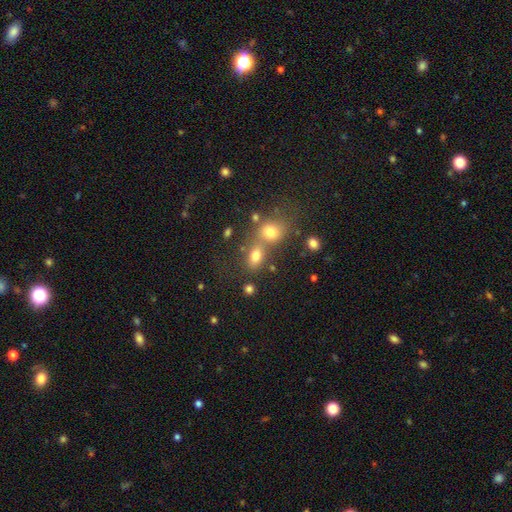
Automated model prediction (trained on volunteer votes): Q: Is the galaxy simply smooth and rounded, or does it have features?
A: smooth — 75%.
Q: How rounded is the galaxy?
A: in between — 69%.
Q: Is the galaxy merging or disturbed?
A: merger — 44%.